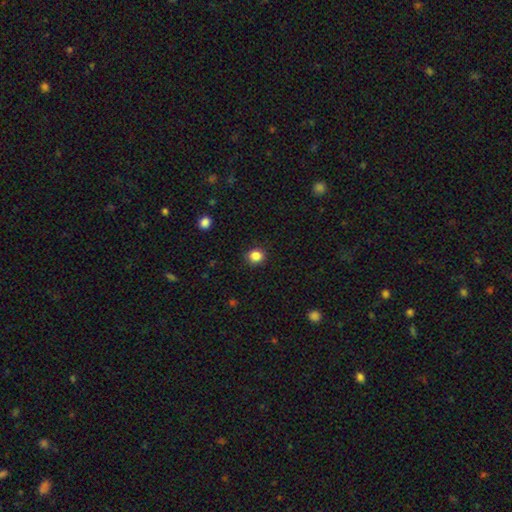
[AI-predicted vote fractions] This is clearly a smooth galaxy (86%). How rounded: clearly round (85%). Merging: clearly none (90%).